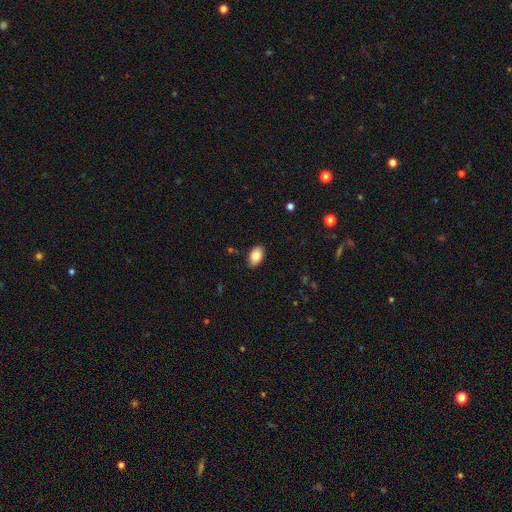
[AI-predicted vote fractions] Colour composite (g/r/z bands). It shows a smooth galaxy with no disk features (85%) that is in between round and cigar-shaped (91%). Merging: none (88%).